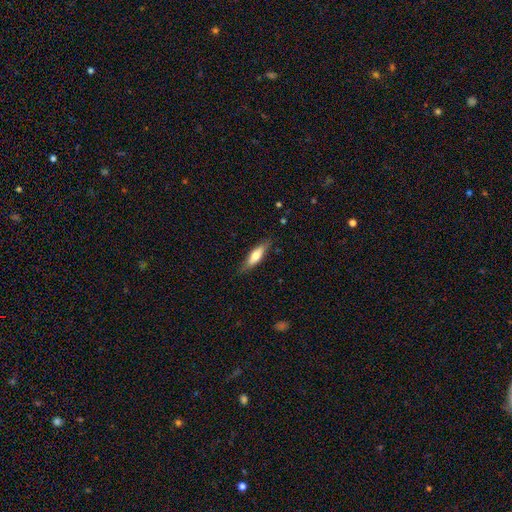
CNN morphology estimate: type=smooth (66%); roundness=cigar-shaped (55%); merging=none (81%).